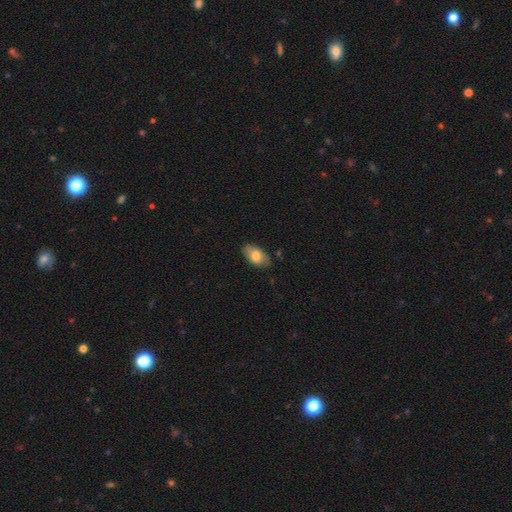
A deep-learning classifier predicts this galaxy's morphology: A smooth galaxy with no disk features (77%) that is in between round and cigar-shaped (93%). Merging: none (79%).